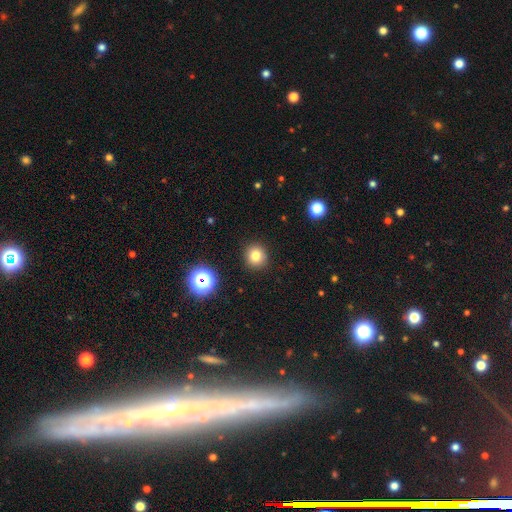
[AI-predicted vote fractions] A smooth galaxy with no disk features (79%) that is round (91%).

Vote fractions:
- Smooth or featured? smooth: 79% / star or artifact: 14% / featured or disk: 7%
- How rounded? round: 91% / in between: 8% / cigar-shaped: 1%
- Merging? none: 91% / minor disturbance: 6% / major disturbance: 2% / merger: 1%